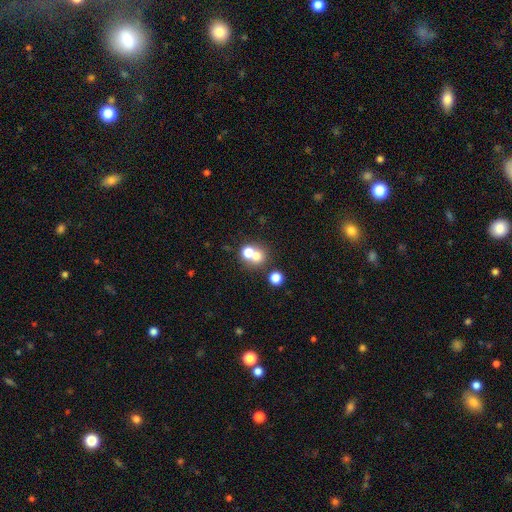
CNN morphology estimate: Smooth or featured? smooth (68%)
How rounded? round (79%)
Merging? merger (53%)